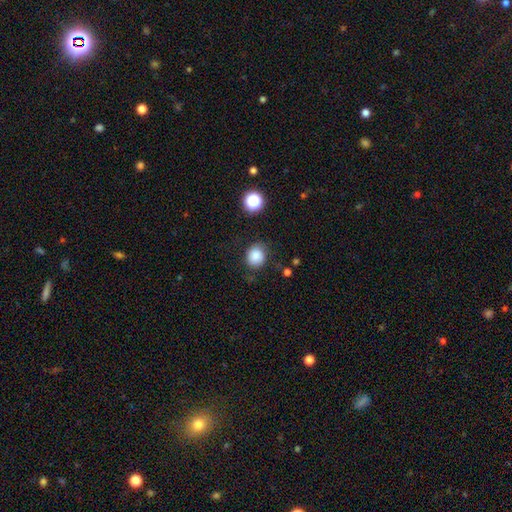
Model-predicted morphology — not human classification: This appears to be a smooth galaxy with no disk features (83%) that is round (72%). Merging: none (74%).